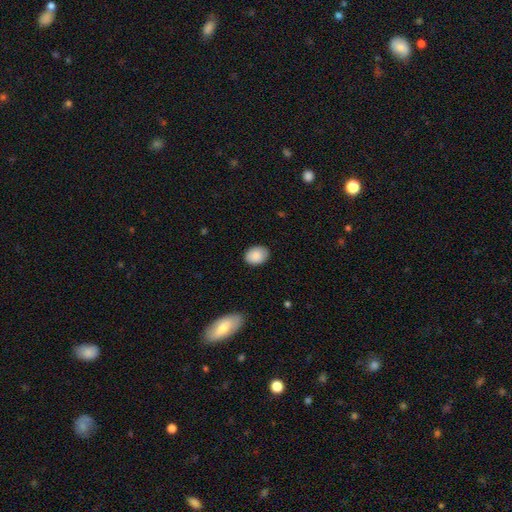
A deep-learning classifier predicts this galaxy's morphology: The model was most divided on "how rounded": in between: 68%, round: 31%, cigar-shaped: 1%. More confident: smooth or featured — smooth (88%); merging — none (85%).